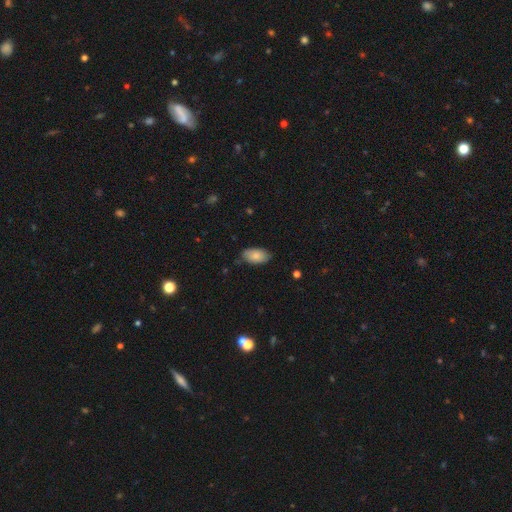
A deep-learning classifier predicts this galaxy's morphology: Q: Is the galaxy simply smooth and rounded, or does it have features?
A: smooth — 80%.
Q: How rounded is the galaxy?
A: in between — 94%.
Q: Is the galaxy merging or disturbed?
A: none — 77%.